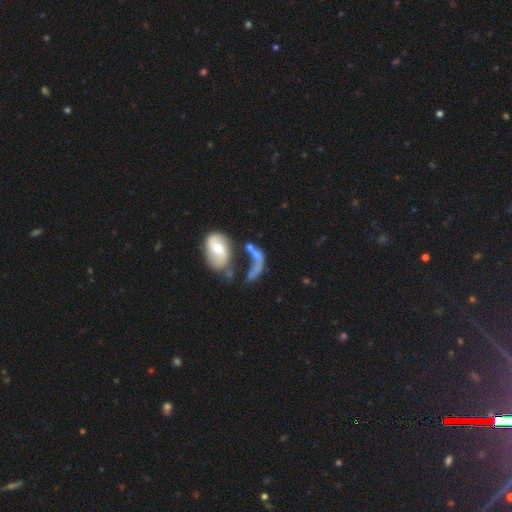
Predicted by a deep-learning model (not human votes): featured or disk 50%, smooth 39%, star or artifact 11%. Down the decision tree: edge-on disk — no (92%); merging — merger (43%).